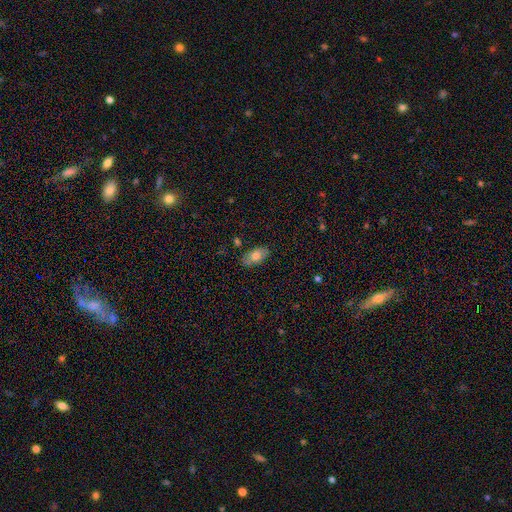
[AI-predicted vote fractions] Smooth or featured? smooth (73%)
How rounded? in between (92%)
Merging? none (80%)